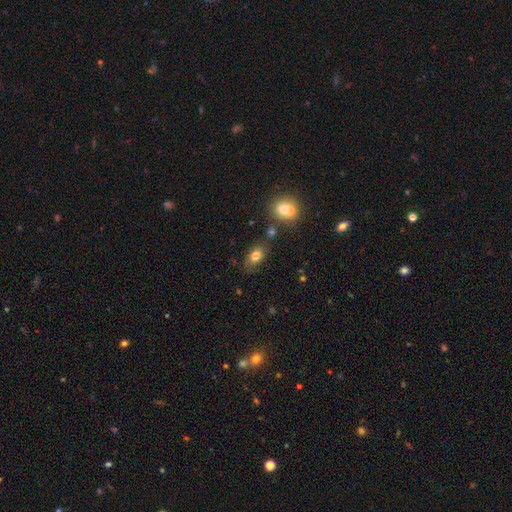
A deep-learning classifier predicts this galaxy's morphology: Q: Smooth or featured?
A: smooth (80%); runner-up: featured or disk (11%)
Q: How rounded?
A: in between (84%); runner-up: round (13%)
Q: Merging?
A: none (73%); runner-up: minor disturbance (16%)